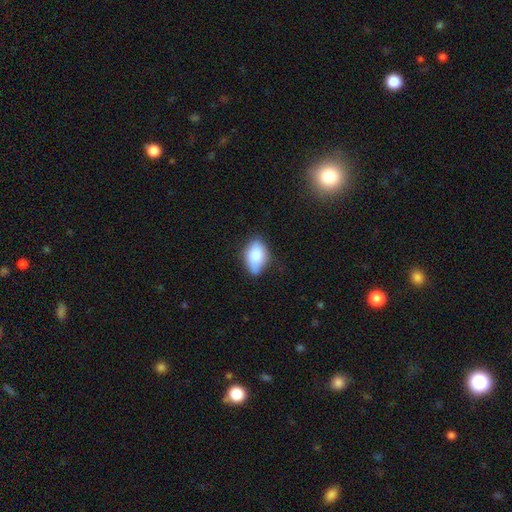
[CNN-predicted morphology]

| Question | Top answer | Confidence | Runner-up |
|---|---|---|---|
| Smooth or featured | smooth | 81% | featured or disk (12%) |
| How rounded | in between | 90% | round (7%) |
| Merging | none | 68% | minor disturbance (25%) |